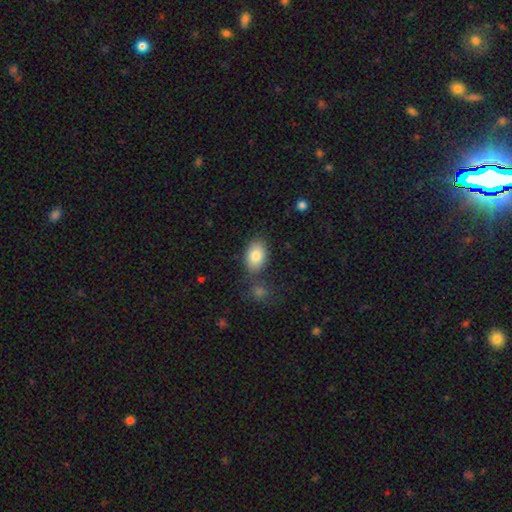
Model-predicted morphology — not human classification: A smooth galaxy with no disk features (83%) that is in between round and cigar-shaped (86%).

Vote fractions:
- Smooth or featured? smooth: 83% / featured or disk: 9% / star or artifact: 7%
- How rounded? in between: 86% / round: 12% / cigar-shaped: 1%
- Merging? none: 75% / minor disturbance: 13% / merger: 9% / major disturbance: 4%